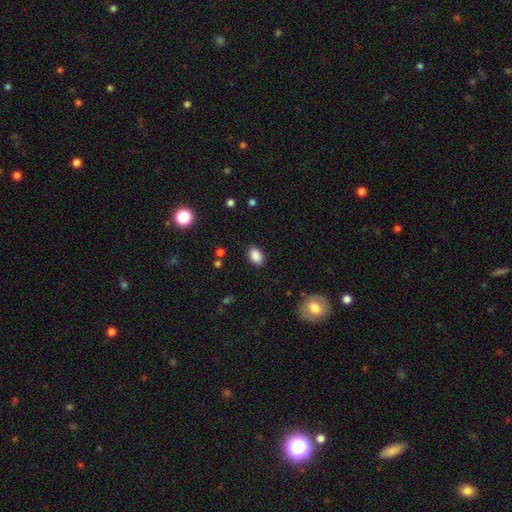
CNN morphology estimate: This is clearly a smooth galaxy (88%). How rounded: clearly in between (85%). Merging: clearly none (88%).